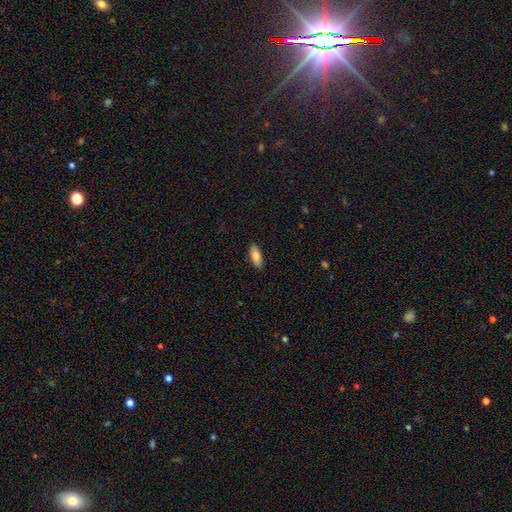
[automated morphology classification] smooth-or-featured: smooth: 80% | featured or disk: 14% | star or artifact: 6%
  how-rounded: in between: 79% | cigar-shaped: 19% | round: 2%
  merging: none: 89% | minor disturbance: 8% | major disturbance: 2% | merger: 1%